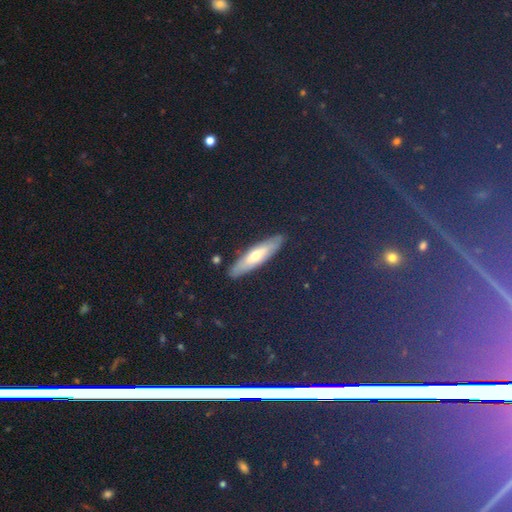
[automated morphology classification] A smooth galaxy with no disk features (44%). Merging: none (89%).